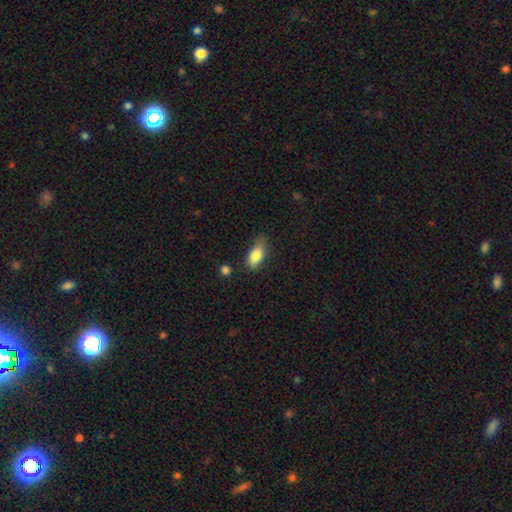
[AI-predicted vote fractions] This appears to be a smooth galaxy with no disk features (83%) that is in between round and cigar-shaped (86%). Merging: none (60%).